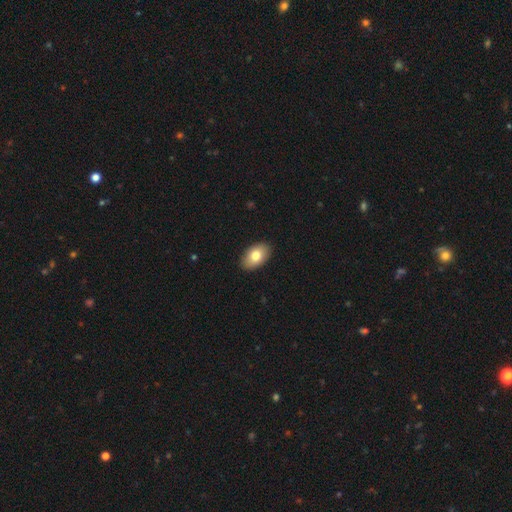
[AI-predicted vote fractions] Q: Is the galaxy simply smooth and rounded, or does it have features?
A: smooth — 80%.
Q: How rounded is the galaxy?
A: in between — 92%.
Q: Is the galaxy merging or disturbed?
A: none — 90%.